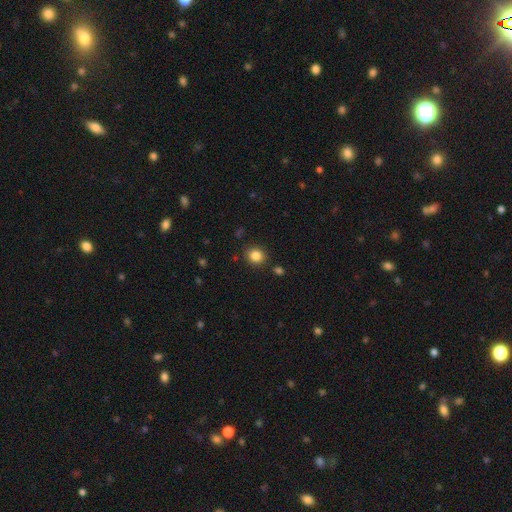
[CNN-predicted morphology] Q: Smooth or featured?
A: smooth (84%); runner-up: star or artifact (11%)
Q: How rounded?
A: round (82%); runner-up: in between (17%)
Q: Merging?
A: none (87%); runner-up: minor disturbance (8%)